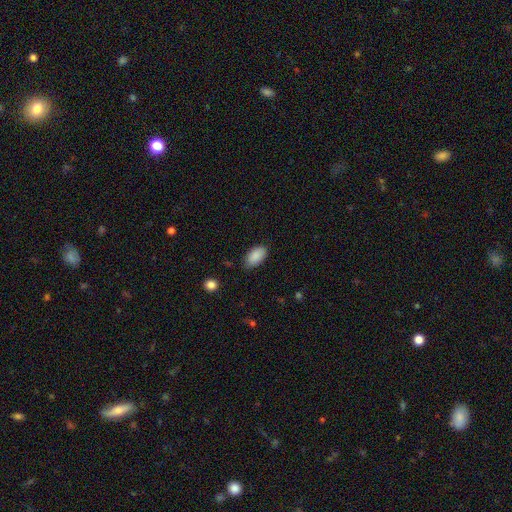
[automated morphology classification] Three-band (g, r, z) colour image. It shows a smooth galaxy with no disk features (89%) that is in between round and cigar-shaped (94%). Merging: none (80%).